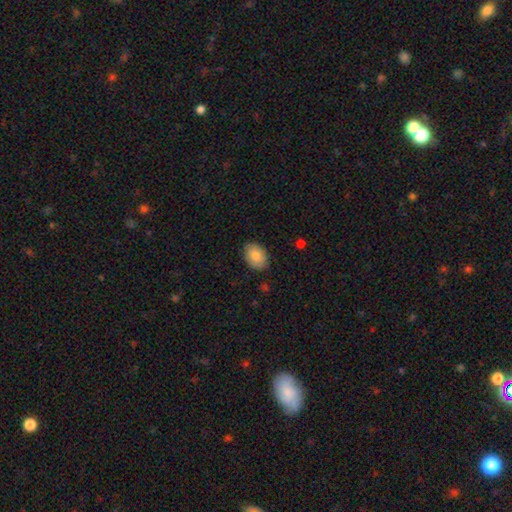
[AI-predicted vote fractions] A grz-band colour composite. It shows a smooth galaxy with no disk features (83%) that is in between round and cigar-shaped (83%). Merging: none (85%).